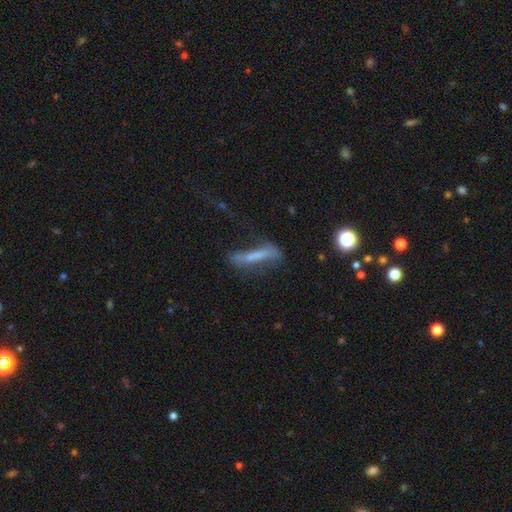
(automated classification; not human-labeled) This appears to be a smooth galaxy with no disk features (45%). Merging: none (50%).